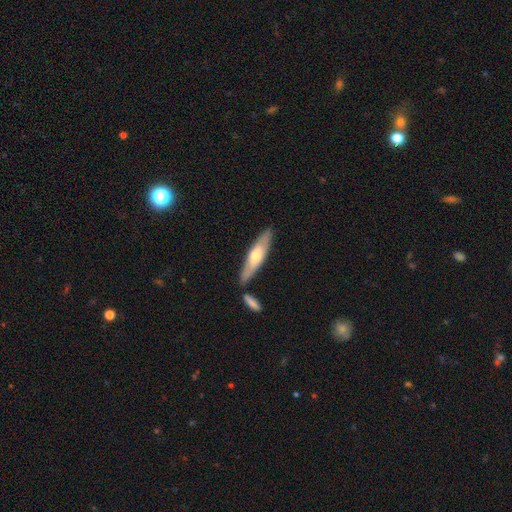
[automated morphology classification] smooth-or-featured: smooth: 49% | featured or disk: 46% | star or artifact: 5%
  merging: none: 78% | minor disturbance: 12% | merger: 8% | major disturbance: 2%